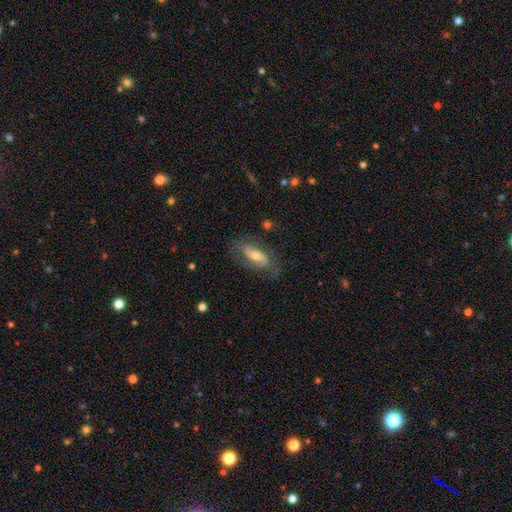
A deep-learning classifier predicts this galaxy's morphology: The model was most divided on "bar": no: 49%, weak: 33%, strong: 18%. More confident: edge-on disk — no (88%); spiral arms — yes (83%); merging — none (66%); smooth or featured — featured or disk (65%); bulge size — moderate (61%).